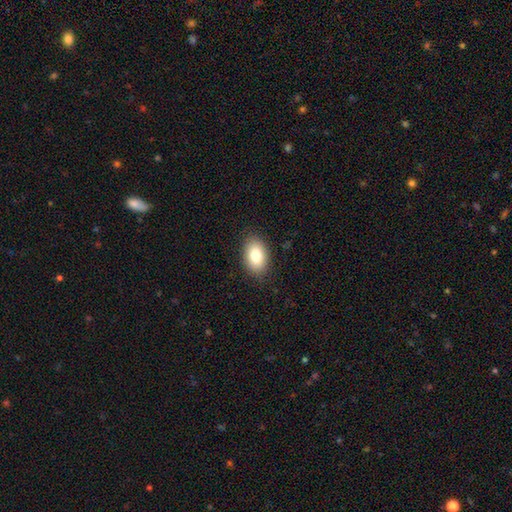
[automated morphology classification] Overall: smooth (82%). How rounded: in between (89%). Merging: none (86%).